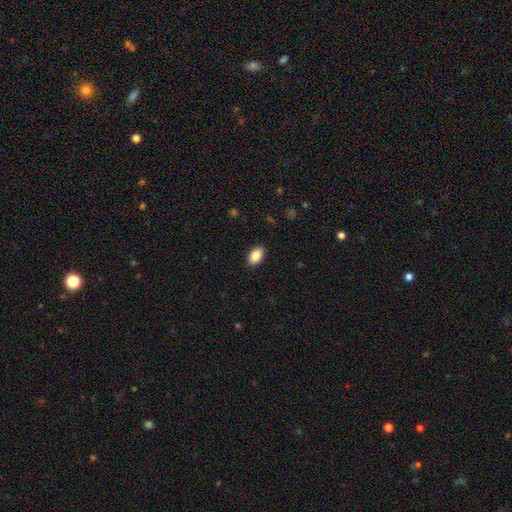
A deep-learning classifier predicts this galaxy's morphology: A smooth galaxy with no disk features (87%) that is in between round and cigar-shaped (90%).

Vote fractions:
- Smooth or featured? smooth: 87% / star or artifact: 8% / featured or disk: 6%
- How rounded? in between: 90% / round: 8% / cigar-shaped: 1%
- Merging? none: 89% / minor disturbance: 8% / major disturbance: 2% / merger: 1%